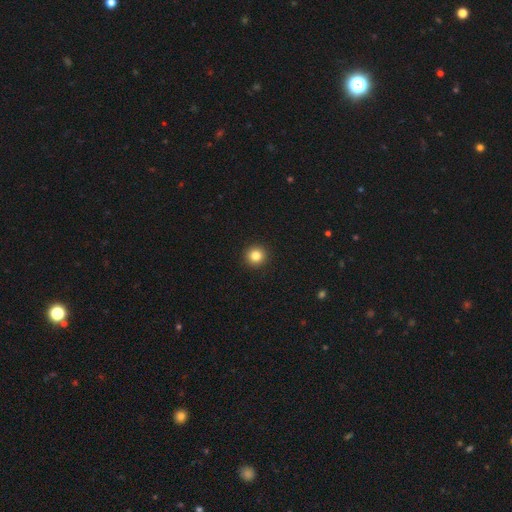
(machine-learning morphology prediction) A smooth galaxy with no disk features (83%) that is round (95%). Merging: none (94%).